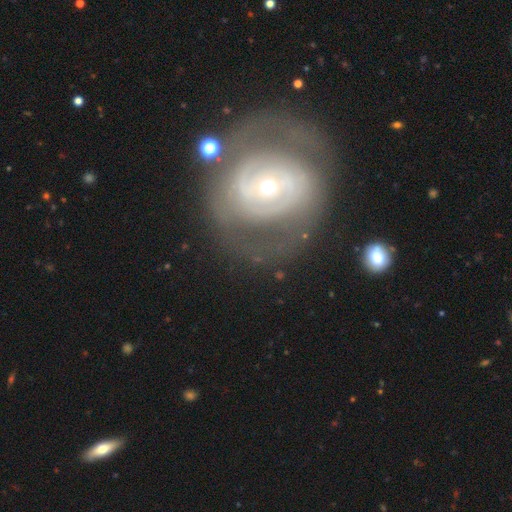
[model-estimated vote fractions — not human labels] Smooth or featured: featured or disk — 72% (smooth — 21%)
Edge-on disk: no — 96% (yes — 4%)
Bar: no — 54% (weak — 28%)
Spiral arms: yes — 61% (no — 39%)
Bulge size: small — 64% (moderate — 30%)
Merging: none — 70% (minor disturbance — 14%)